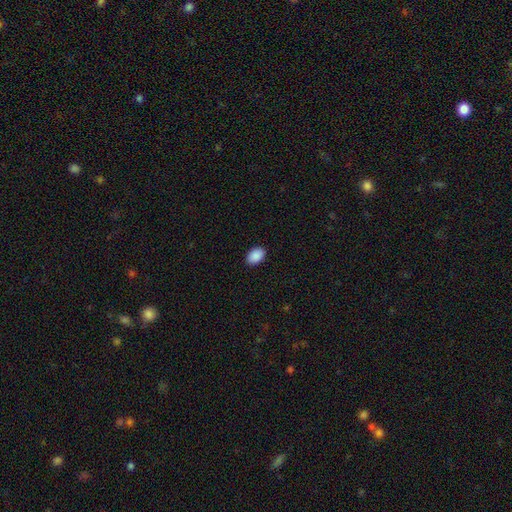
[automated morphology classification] This appears to be a smooth galaxy with no disk features (91%) that is in between round and cigar-shaped (89%). Merging: none (91%).